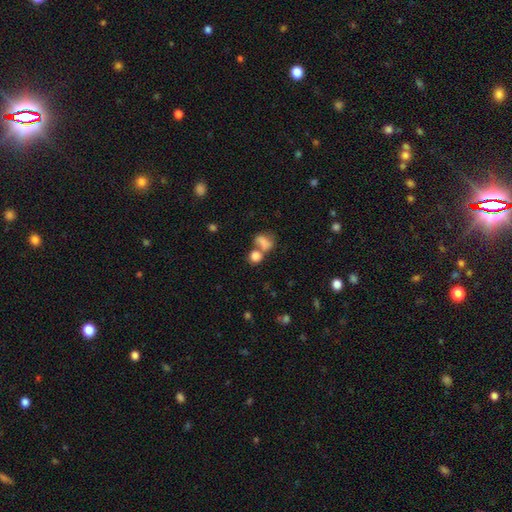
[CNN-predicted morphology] smooth_or_featured: smooth (p=0.79) [alt: star or artifact p=0.11]
how_rounded: round (p=0.55) [alt: in between p=0.43]
merging: merger (p=0.51) [alt: none p=0.32]